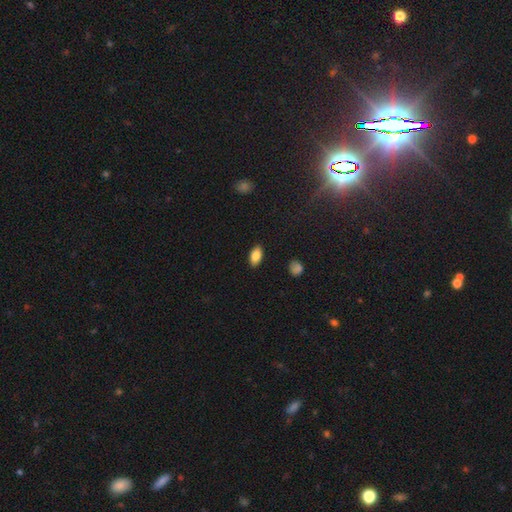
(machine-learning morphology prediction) Smooth or featured? smooth (86%)
How rounded? in between (92%)
Merging? none (89%)